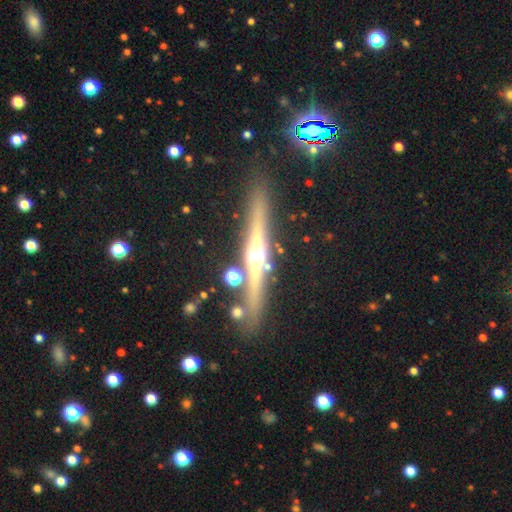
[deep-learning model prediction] A featured or disk galaxy (74%) viewed edge-on (97%) with a rounded central bulge (92%). Merging: none (84%).